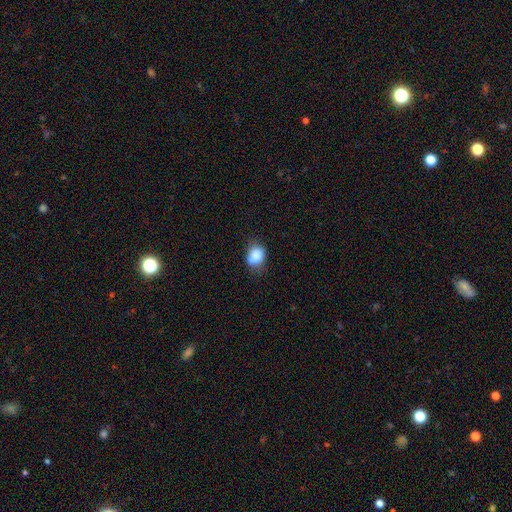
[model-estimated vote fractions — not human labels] smooth 81%, star or artifact 9%, featured or disk 9%. Down the decision tree: how rounded — in between (53%); merging — none (46%).